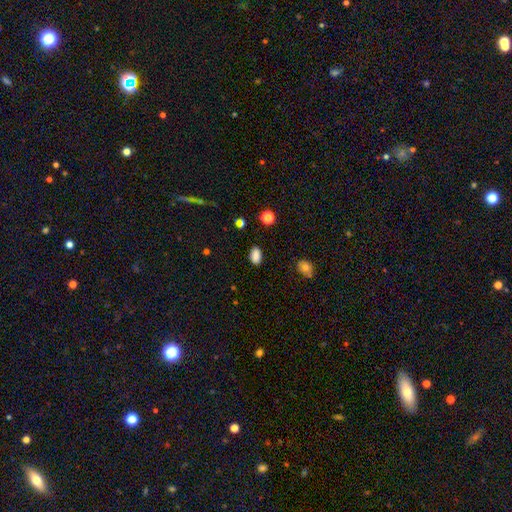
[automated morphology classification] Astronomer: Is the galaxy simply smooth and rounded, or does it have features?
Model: smooth — 86%.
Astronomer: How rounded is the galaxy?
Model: in between — 91%.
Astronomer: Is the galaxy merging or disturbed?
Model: none — 85%.